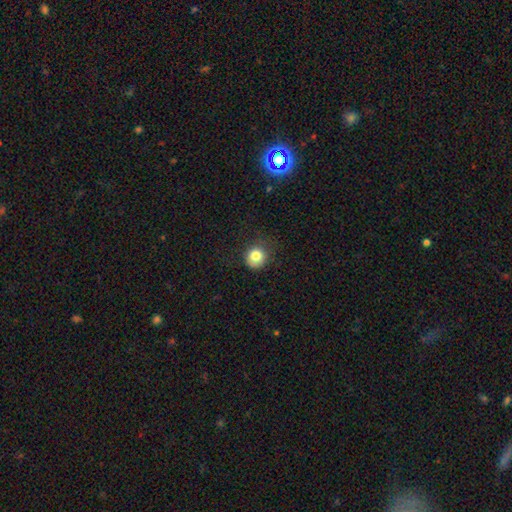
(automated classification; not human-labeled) smooth-or-featured: smooth: 80% | star or artifact: 11% | featured or disk: 9%
  how-rounded: round: 82% | in between: 17% | cigar-shaped: 1%
  merging: none: 65% | minor disturbance: 24% | major disturbance: 10% | merger: 1%